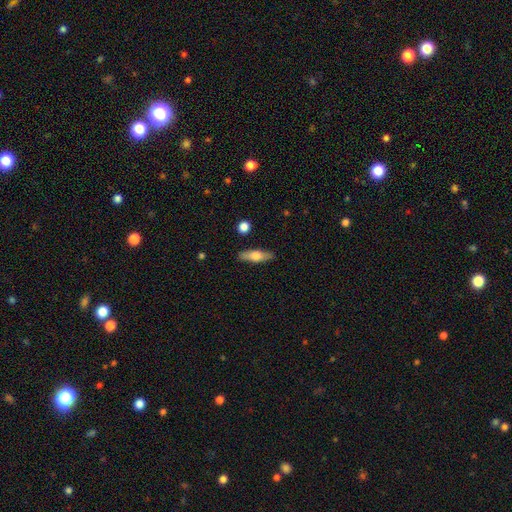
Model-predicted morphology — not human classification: Overall: smooth (61%; featured or disk 33%). How rounded: cigar-shaped (49%; in between 48%). Merging: none (87%).